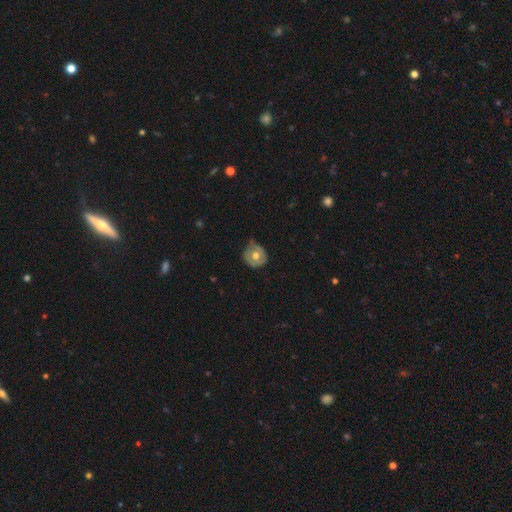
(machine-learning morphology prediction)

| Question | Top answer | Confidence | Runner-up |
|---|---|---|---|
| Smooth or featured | smooth | 55% | featured or disk (38%) |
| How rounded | round | 83% | in between (16%) |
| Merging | none | 56% | minor disturbance (33%) |